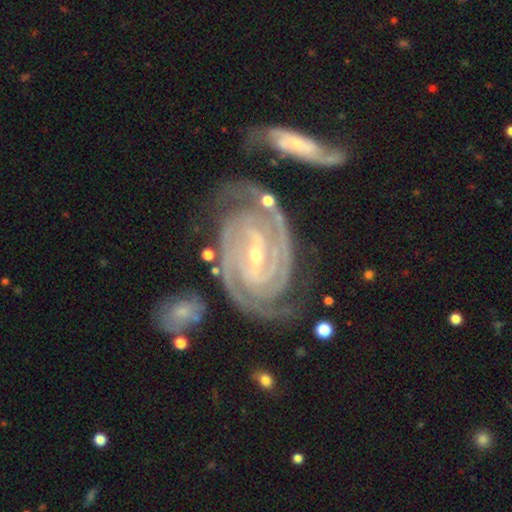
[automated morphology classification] Smooth or featured?
  - featured or disk: 94% *
  - star or artifact: 4%
  - smooth: 2%
Edge-on disk?
  - no: 97% *
  - yes: 3%
Bar?
  - strong: 50% *
  - weak: 35%
  - no: 15%
Spiral arms?
  - yes: 99% *
  - no: 1%
Spiral winding?
  - tight: 78% *
  - medium: 19%
  - loose: 3%
Spiral arm count?
  - 2: 64% *
  - 3: 16%
  - can't tell: 7%
  - 4: 7%
  - more than 4: 4%
  - 1: 4%
Bulge size?
  - small: 70% *
  - moderate: 27%
  - large: 1%
  - none: 1%
  - dominant: 1%
Merging?
  - none: 67% *
  - minor disturbance: 18%
  - merger: 7%
  - major disturbance: 7%